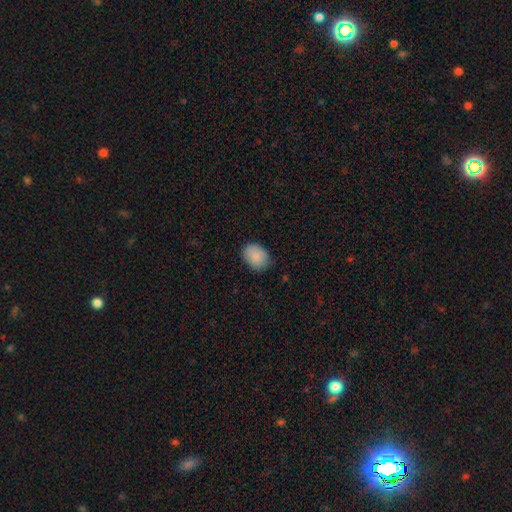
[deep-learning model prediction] The model was most divided on "how rounded": in between: 64%, round: 36%, cigar-shaped: 1%. More confident: smooth or featured — smooth (88%); merging — none (79%).